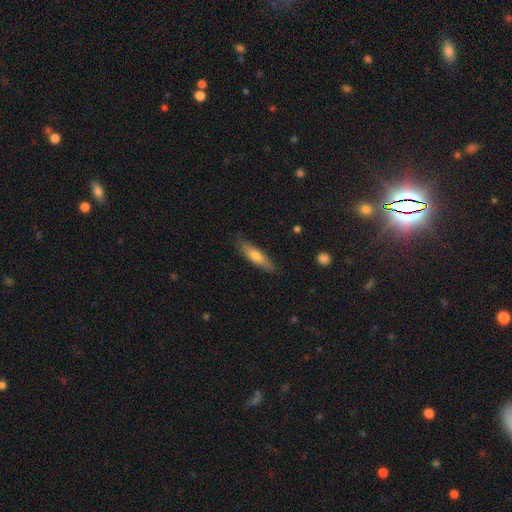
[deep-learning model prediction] A smooth galaxy with no disk features (62%) that is cigar-shaped (72%). Merging: none (84%).